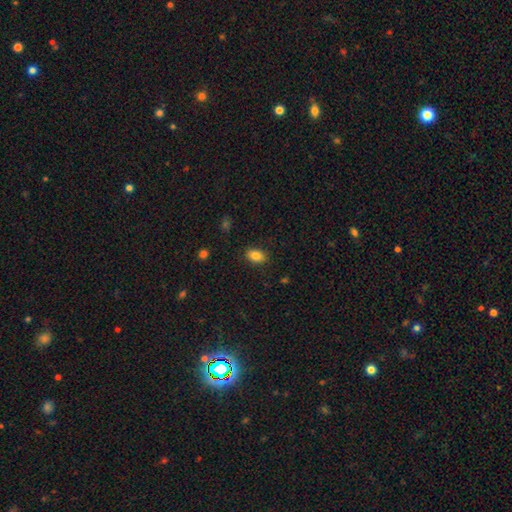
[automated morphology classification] The model was most divided on "how rounded": in between: 84%, round: 15%, cigar-shaped: 1%. More confident: merging — none (87%); smooth or featured — smooth (85%).